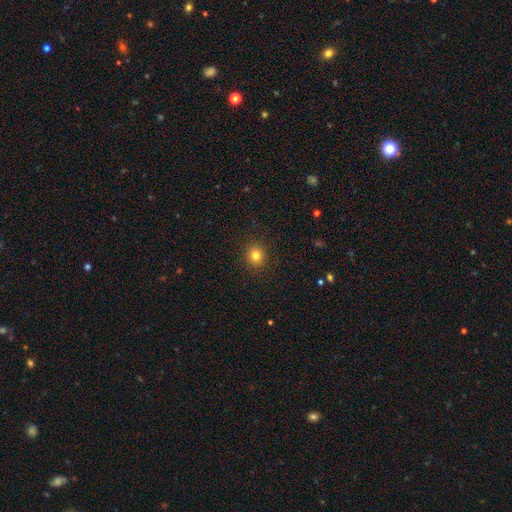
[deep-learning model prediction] smooth-or-featured: smooth: 81% | star or artifact: 13% | featured or disk: 6%
  how-rounded: round: 87% | in between: 12% | cigar-shaped: 1%
  merging: none: 91% | minor disturbance: 6% | major disturbance: 2% | merger: 1%